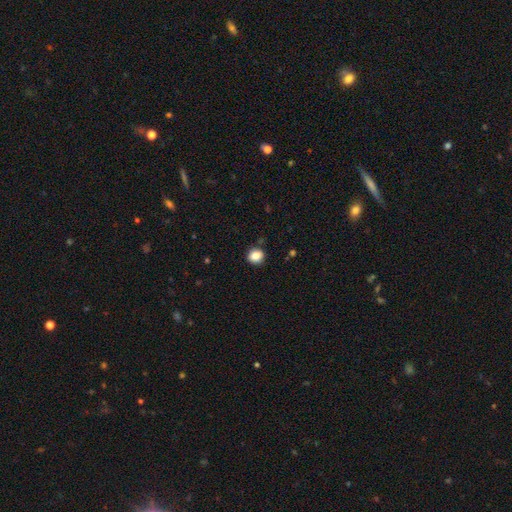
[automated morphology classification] Q: Smooth or featured?
A: smooth (85%); runner-up: star or artifact (10%)
Q: How rounded?
A: round (81%); runner-up: in between (18%)
Q: Merging?
A: none (88%); runner-up: minor disturbance (8%)